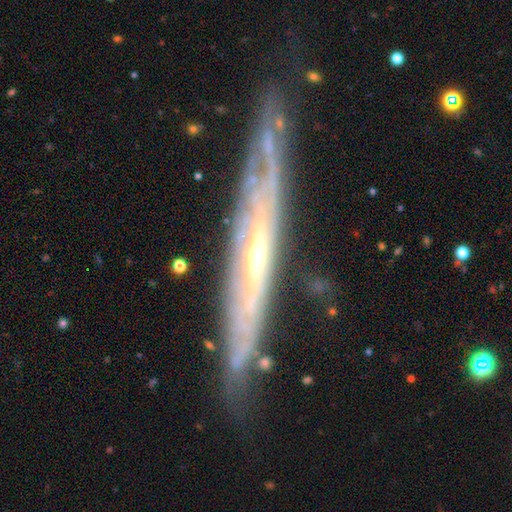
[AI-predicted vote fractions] The model was most divided on "edge-on bulge": none: 53%, rounded: 42%, boxy: 5%. More confident: smooth or featured — featured or disk (84%); merging — none (79%); edge-on disk — yes (66%).